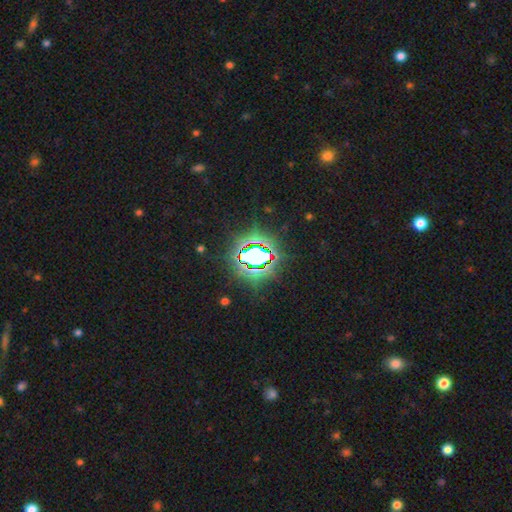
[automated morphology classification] This appears to be a star or artifact, not a galaxy (73%).